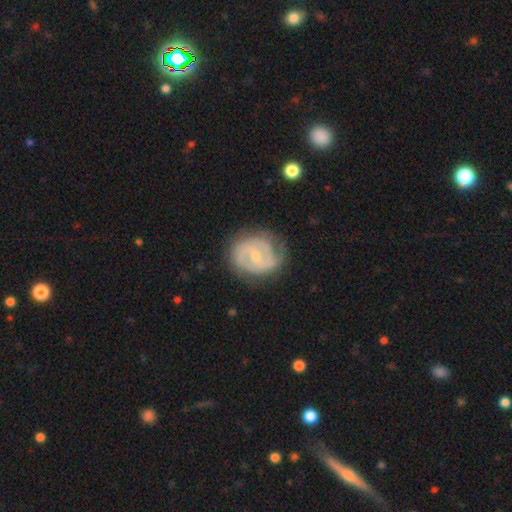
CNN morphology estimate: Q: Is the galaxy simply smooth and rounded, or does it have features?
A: featured or disk — 78%.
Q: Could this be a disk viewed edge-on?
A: no — 97%.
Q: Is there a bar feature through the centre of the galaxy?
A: weak — 48%.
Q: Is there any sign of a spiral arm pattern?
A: yes — 82%.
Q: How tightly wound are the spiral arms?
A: tight — 51%.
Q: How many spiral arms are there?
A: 2 — 62%.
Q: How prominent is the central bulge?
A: small — 55%.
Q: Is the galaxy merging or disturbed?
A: none — 70%.